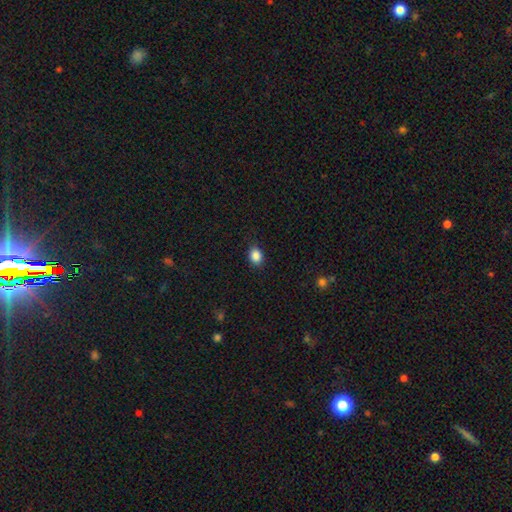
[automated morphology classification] type=smooth (87%); roundness=in between (58%); merging=none (86%).